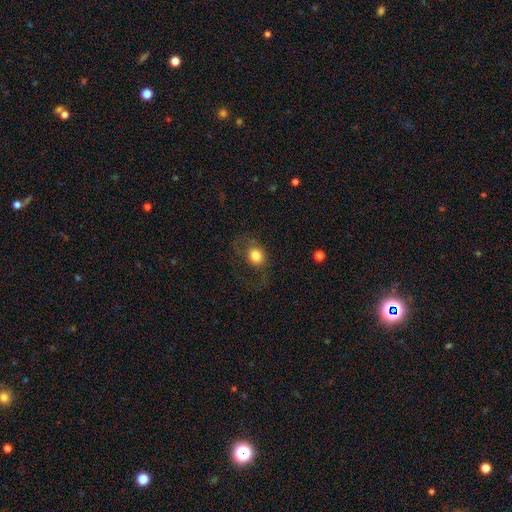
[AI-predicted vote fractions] Q: Smooth or featured?
A: smooth (74%); runner-up: featured or disk (17%)
Q: How rounded?
A: round (69%); runner-up: in between (30%)
Q: Merging?
A: none (54%); runner-up: major disturbance (26%)